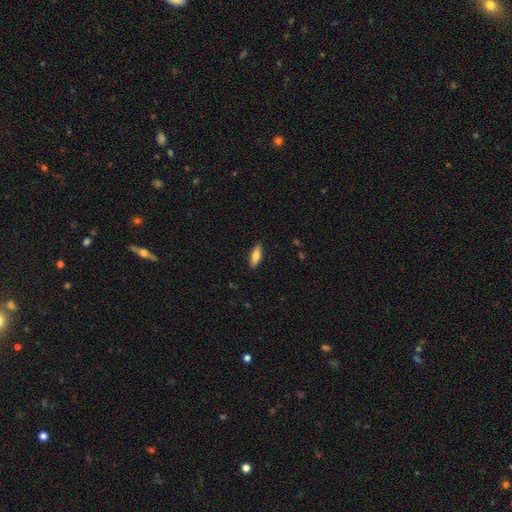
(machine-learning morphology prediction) The model was most divided on "how rounded": in between: 58%, cigar-shaped: 40%, round: 2%. More confident: merging — none (88%); smooth or featured — smooth (75%).